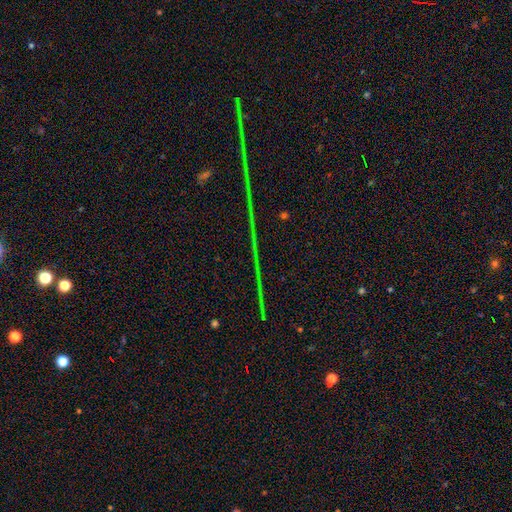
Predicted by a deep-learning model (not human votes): Morphology: type=star or artifact (85%).